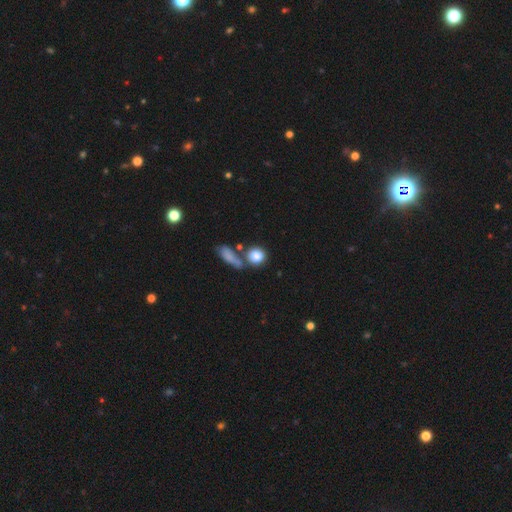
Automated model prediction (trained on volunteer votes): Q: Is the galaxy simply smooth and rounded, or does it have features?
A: smooth — 81%.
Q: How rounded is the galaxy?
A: round — 77%.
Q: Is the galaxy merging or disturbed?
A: none — 60%.